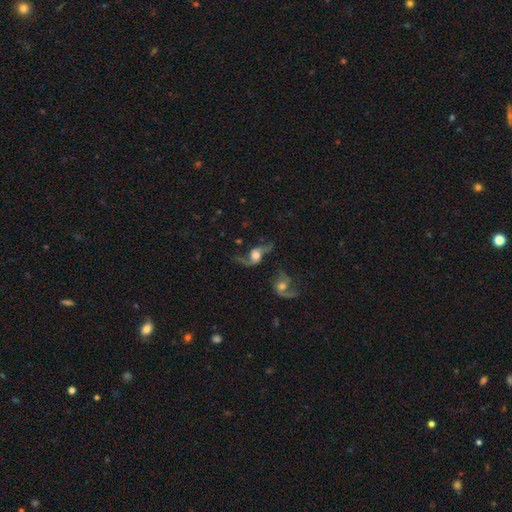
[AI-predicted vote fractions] Overall: featured or disk (77%). Edge-on disk: no (90%). Bar: no (65%; weak 27%). Spiral arms: yes (90%). Spiral arm count: 2 (87%). Spiral winding: loose (82%). Bulge size: moderate (42%; large 38%). Merging: none (44%; major disturbance 24%).